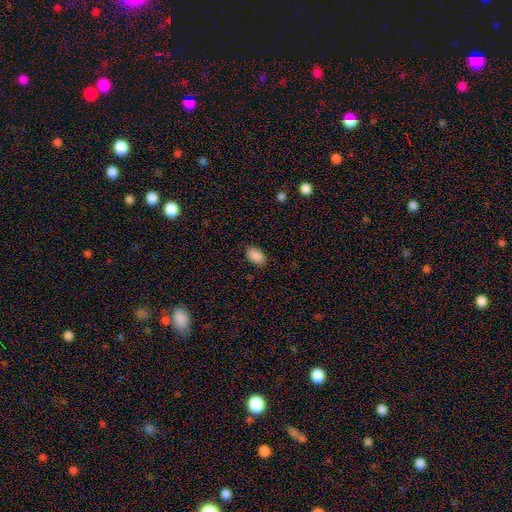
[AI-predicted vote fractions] Smooth or featured: smooth — 89% (star or artifact — 8%)
How rounded: in between — 92% (round — 7%)
Merging: none — 86% (minor disturbance — 11%)